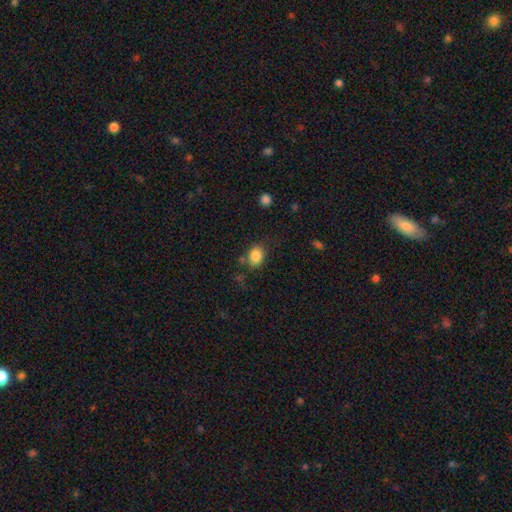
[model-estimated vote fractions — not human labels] Overall: smooth (85%). How rounded: in between (60%; round 39%). Merging: none (75%).